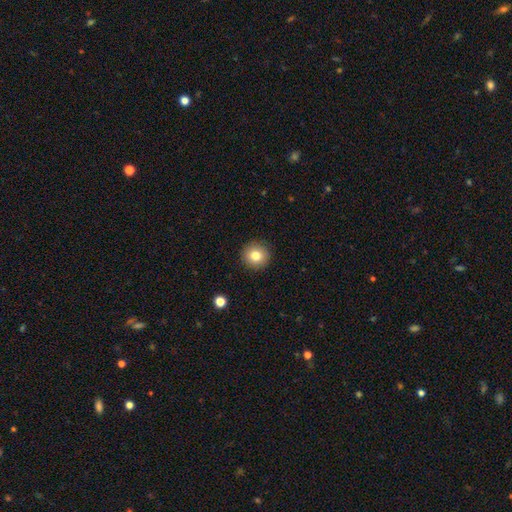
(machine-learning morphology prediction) smooth_or_featured: smooth (p=0.80) [alt: star or artifact p=0.10]
how_rounded: round (p=0.94) [alt: in between p=0.05]
merging: none (p=0.91) [alt: minor disturbance p=0.06]